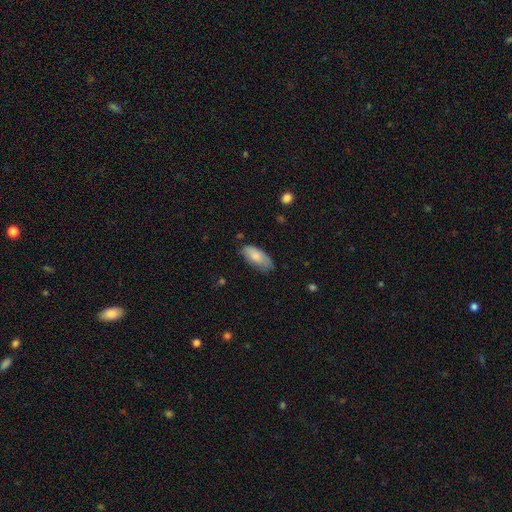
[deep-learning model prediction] Overall: smooth (81%). How rounded: in between (88%). Merging: none (67%).